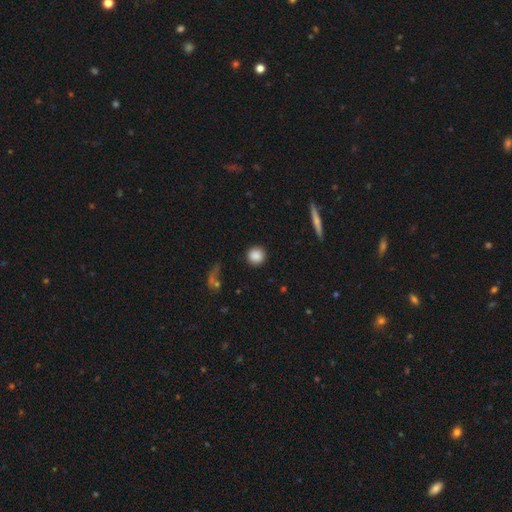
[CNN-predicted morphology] Overall: smooth (86%). How rounded: round (93%). Merging: none (89%).